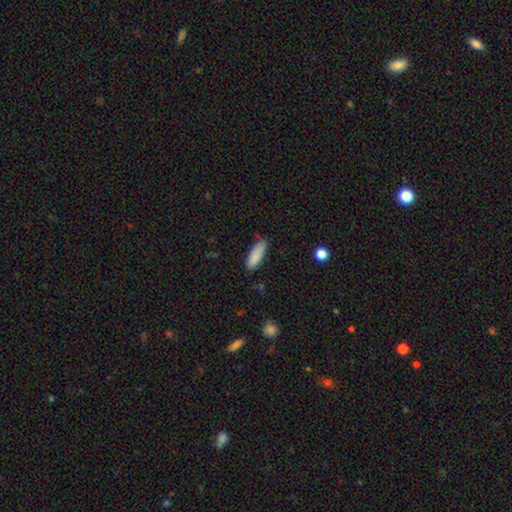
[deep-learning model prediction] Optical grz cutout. It shows a smooth galaxy with no disk features (88%) that is in between round and cigar-shaped (59%). Merging: none (82%).